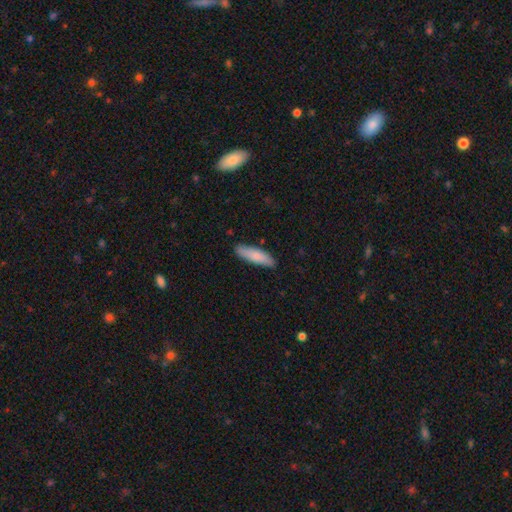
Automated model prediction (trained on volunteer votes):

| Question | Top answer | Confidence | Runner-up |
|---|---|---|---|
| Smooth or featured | smooth | 80% | featured or disk (15%) |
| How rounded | cigar-shaped | 64% | in between (34%) |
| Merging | none | 85% | minor disturbance (12%) |